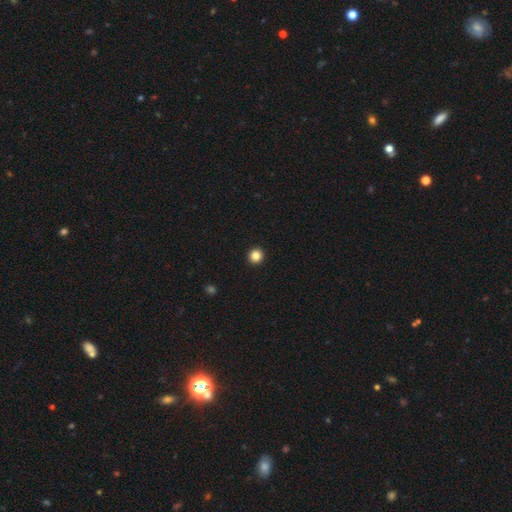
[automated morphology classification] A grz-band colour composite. It shows a smooth galaxy with no disk features (85%) that is round (95%). Merging: none (95%).